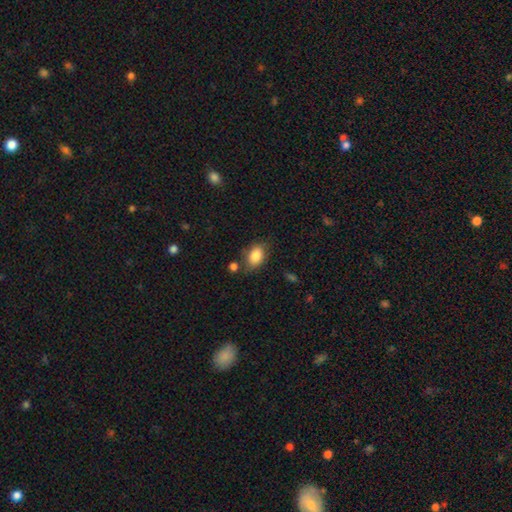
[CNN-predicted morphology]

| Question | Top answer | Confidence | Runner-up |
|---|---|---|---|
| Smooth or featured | smooth | 85% | star or artifact (8%) |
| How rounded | in between | 82% | round (16%) |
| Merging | none | 70% | minor disturbance (18%) |